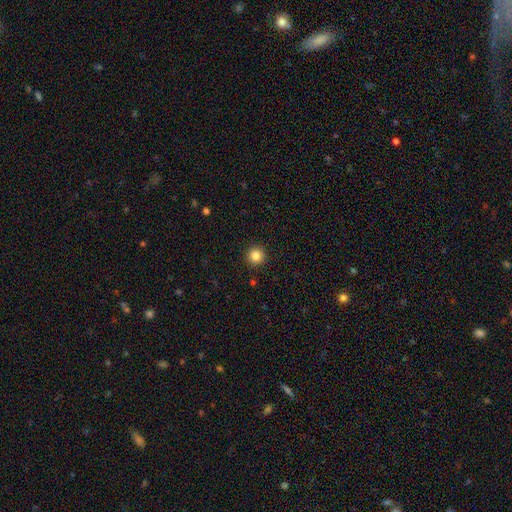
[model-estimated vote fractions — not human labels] smooth 84%, star or artifact 11%, featured or disk 5%. Down the decision tree: how rounded — round (96%); merging — none (93%).